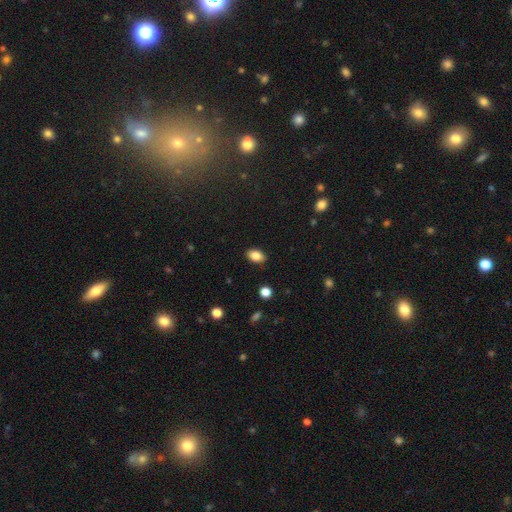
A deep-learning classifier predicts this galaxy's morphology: smooth_or_featured: smooth (p=0.84) [alt: star or artifact p=0.09]
how_rounded: in between (p=0.86) [alt: round p=0.12]
merging: none (p=0.86) [alt: minor disturbance p=0.10]